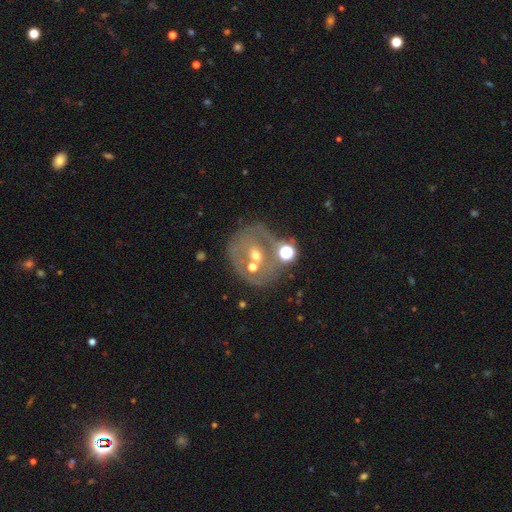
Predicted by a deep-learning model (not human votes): A featured or disk galaxy (52%).

Vote fractions:
- Smooth or featured? featured or disk: 52% / smooth: 33% / star or artifact: 15%
- Edge-on disk? no: 95% / yes: 5%
- Merging? none: 52% / merger: 20% / minor disturbance: 16% / major disturbance: 12%